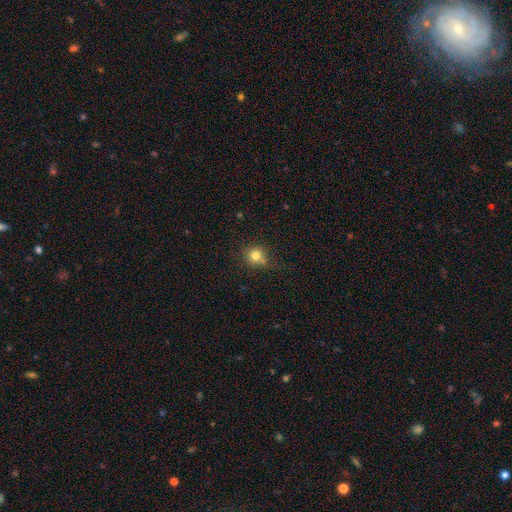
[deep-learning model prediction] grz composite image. It shows a smooth galaxy with no disk features (79%) that is round (89%). Merging: none (63%).